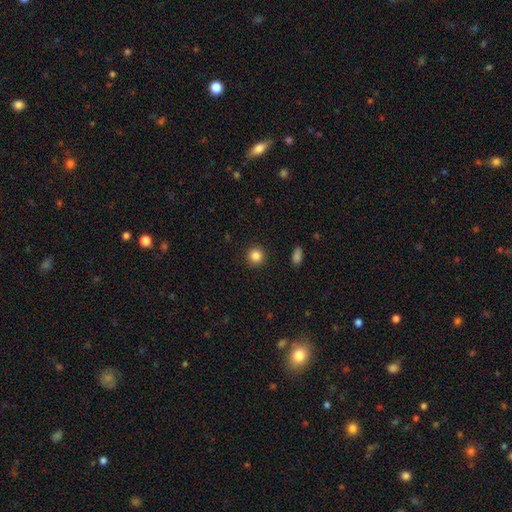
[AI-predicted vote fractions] smooth_or_featured: smooth (p=0.85) [alt: star or artifact p=0.10]
how_rounded: round (p=0.93) [alt: in between p=0.06]
merging: none (p=0.92) [alt: minor disturbance p=0.05]